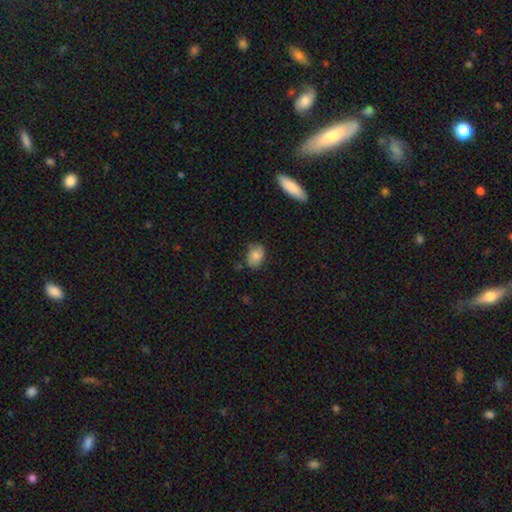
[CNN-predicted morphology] smooth 79%, featured or disk 13%, star or artifact 8%. Down the decision tree: how rounded — in between (76%); merging — none (72%).